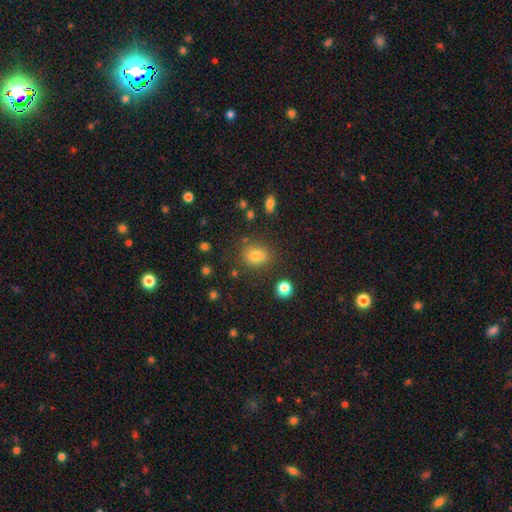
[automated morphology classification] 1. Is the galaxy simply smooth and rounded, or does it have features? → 76% smooth, 14% star or artifact, 10% featured or disk.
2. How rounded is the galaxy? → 59% in between, 38% round, 2% cigar-shaped.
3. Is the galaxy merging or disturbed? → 63% none, 16% merger, 15% minor disturbance, 5% major disturbance.